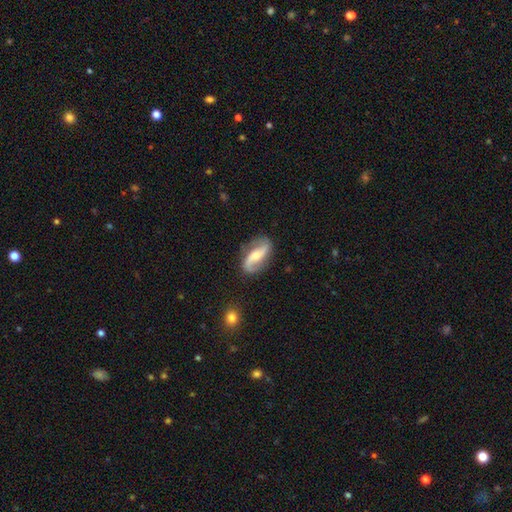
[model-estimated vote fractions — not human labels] Morphology: type=featured or disk (82%); edge-on=no (96%); bar=no (38%); spiral arms=yes (95%); winding=loose (64%); arm count=2 (91%); bulge=moderate (52%); merging=none (79%).